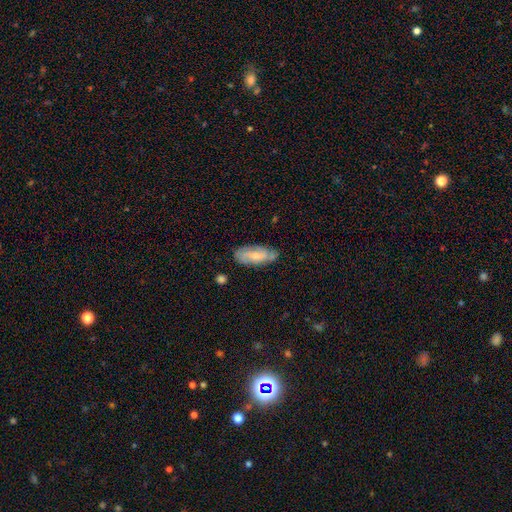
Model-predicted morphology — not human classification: smooth_or_featured: featured or disk (p=0.56) [alt: smooth p=0.37]
disk_edge_on: no (p=0.89) [alt: yes p=0.11]
merging: none (p=0.74) [alt: minor disturbance p=0.20]